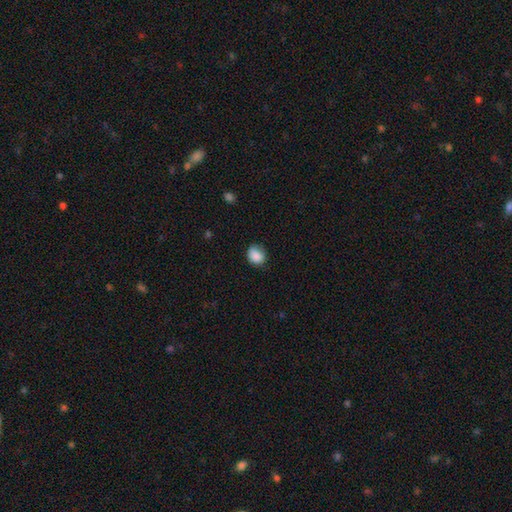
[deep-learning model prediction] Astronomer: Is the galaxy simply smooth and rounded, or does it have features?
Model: smooth — 87%.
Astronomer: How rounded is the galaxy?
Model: round — 61% (runner-up: in between, 39%).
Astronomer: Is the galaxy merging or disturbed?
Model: none — 69%.